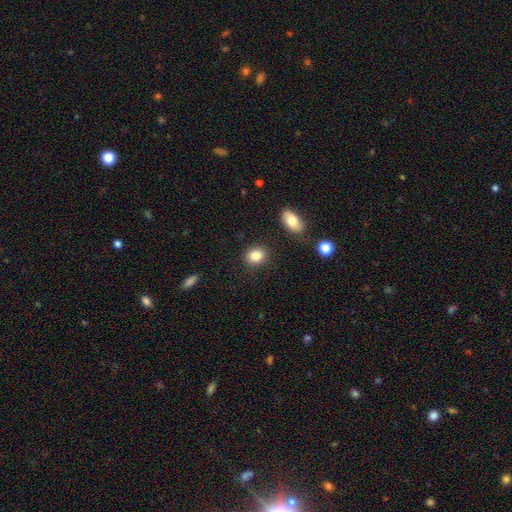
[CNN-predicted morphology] Smooth or featured: smooth — 85% (star or artifact — 9%)
How rounded: round — 57% (in between — 42%)
Merging: none — 87% (minor disturbance — 8%)